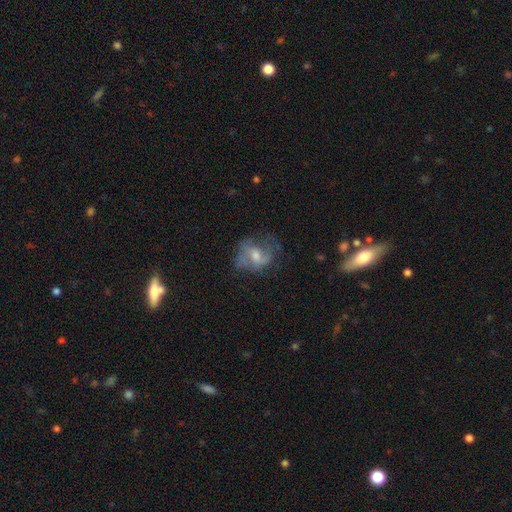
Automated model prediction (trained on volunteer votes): Smooth or featured? featured or disk (59%)
Edge-on disk? no (96%)
Bar? no (49%)
Spiral arms? yes (65%)
Bulge size? moderate (55%)
Merging? none (49%)